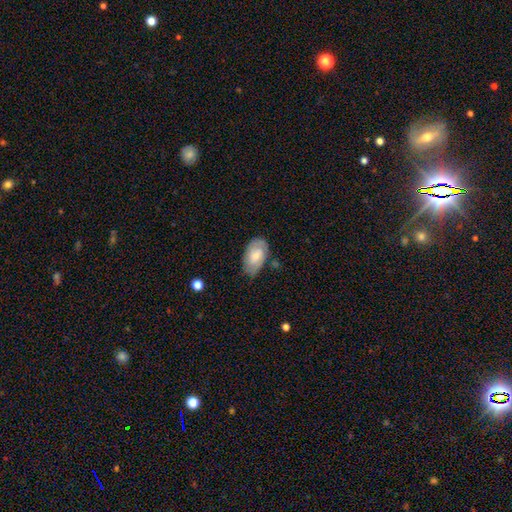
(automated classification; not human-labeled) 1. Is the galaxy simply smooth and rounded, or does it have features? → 57% smooth, 37% featured or disk, 6% star or artifact.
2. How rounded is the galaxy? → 94% in between, 4% round, 2% cigar-shaped.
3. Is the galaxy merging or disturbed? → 65% none, 26% minor disturbance, 6% major disturbance, 3% merger.